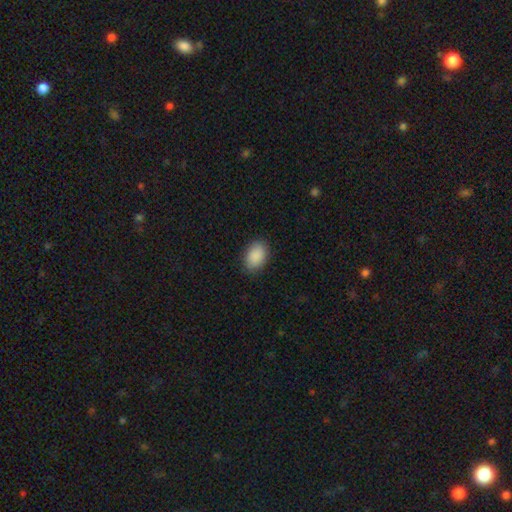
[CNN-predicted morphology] Smooth or featured?
  - smooth: 90% *
  - star or artifact: 6%
  - featured or disk: 4%
How rounded?
  - in between: 87% *
  - round: 12%
  - cigar-shaped: 1%
Merging?
  - none: 87% *
  - minor disturbance: 9%
  - major disturbance: 2%
  - merger: 1%